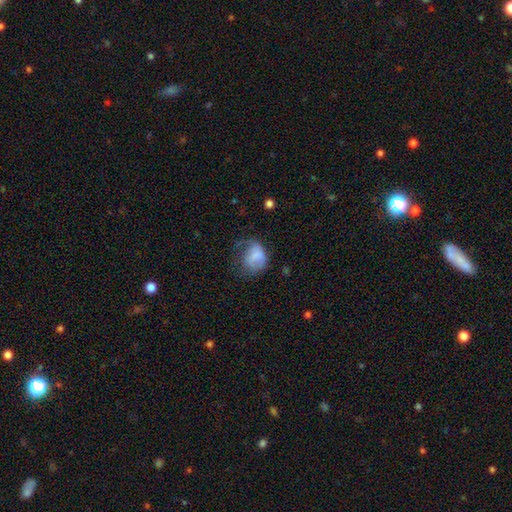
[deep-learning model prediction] Smooth or featured: smooth — 70% (featured or disk — 21%)
How rounded: in between — 57% (round — 42%)
Merging: major disturbance — 39% (minor disturbance — 31%)